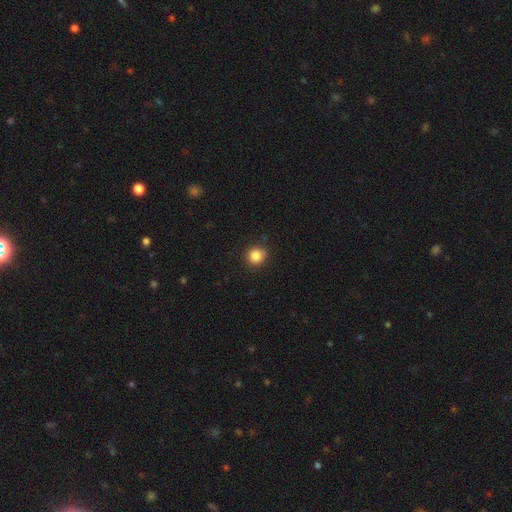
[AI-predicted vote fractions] This is clearly a smooth galaxy (85%). How rounded: clearly round (90%). Merging: clearly none (88%).